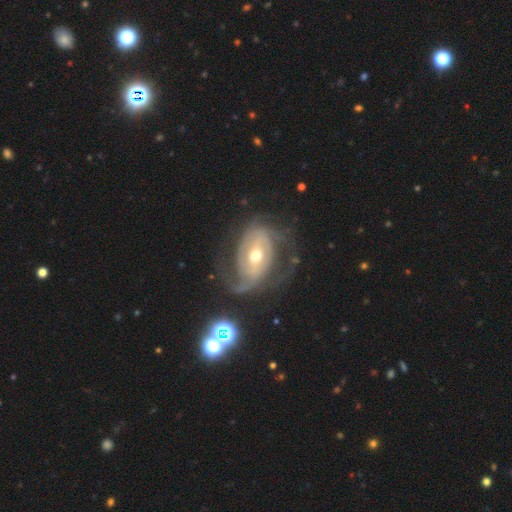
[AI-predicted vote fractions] This is clearly a featured or disk galaxy (85%). It is clearly not viewed edge-on (96%). Bar: marginally no (40%). Spiral arm pattern: clearly yes (91%). Spiral arm count: possibly 2 (51%). Spiral winding: marginally medium (39%, tied with tight). Central bulge: likely moderate (73%). Merging: possibly none (54%).